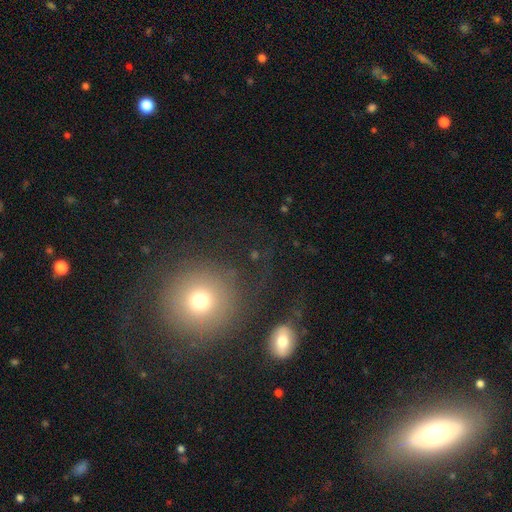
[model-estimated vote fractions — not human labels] A smooth galaxy with no disk features (54%) that is round (90%).

Vote fractions:
- Smooth or featured? smooth: 54% / star or artifact: 25% / featured or disk: 21%
- How rounded? round: 90% / in between: 9% / cigar-shaped: 1%
- Merging? none: 75% / minor disturbance: 11% / major disturbance: 10% / merger: 4%